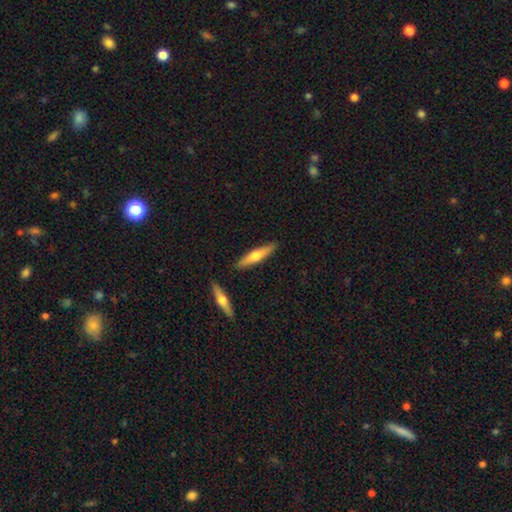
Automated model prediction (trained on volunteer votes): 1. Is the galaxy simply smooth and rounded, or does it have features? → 48% smooth, 47% featured or disk, 5% star or artifact.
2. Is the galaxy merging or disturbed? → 87% none, 8% minor disturbance, 3% merger, 2% major disturbance.